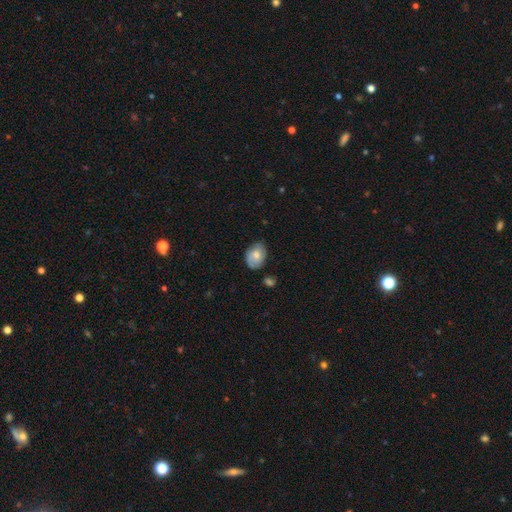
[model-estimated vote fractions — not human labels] A smooth galaxy with no disk features (65%) that is in between round and cigar-shaped (72%).

Vote fractions:
- Smooth or featured? smooth: 65% / featured or disk: 28% / star or artifact: 7%
- How rounded? in between: 72% / round: 27% / cigar-shaped: 1%
- Merging? none: 68% / minor disturbance: 25% / major disturbance: 4% / merger: 3%